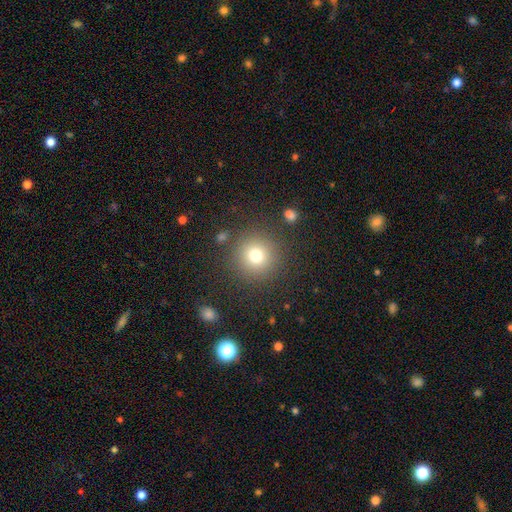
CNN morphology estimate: smooth-or-featured: smooth: 75% | star or artifact: 15% | featured or disk: 10%
  how-rounded: round: 95% | in between: 4% | cigar-shaped: 1%
  merging: none: 87% | minor disturbance: 7% | major disturbance: 3% | merger: 3%